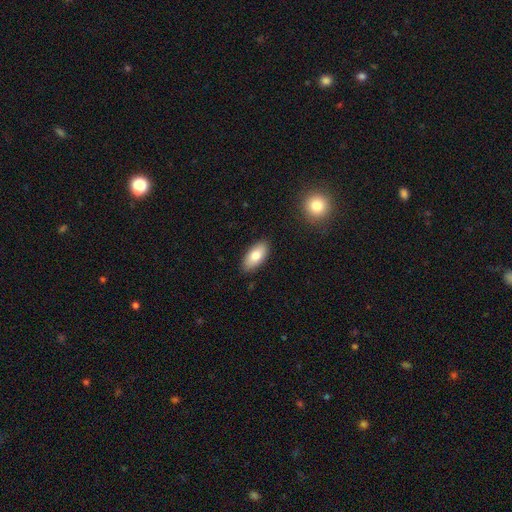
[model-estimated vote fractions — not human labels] The model was most divided on "smooth or featured": smooth: 81%, featured or disk: 13%, star or artifact: 6%. More confident: how rounded — in between (90%); merging — none (88%).